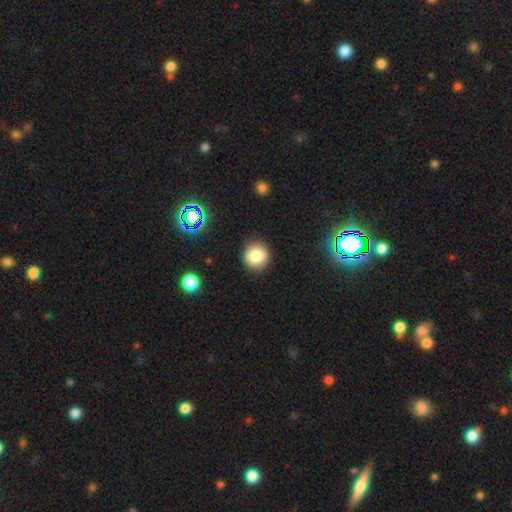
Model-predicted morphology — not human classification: A smooth galaxy with no disk features (82%) that is round (89%).

Vote fractions:
- Smooth or featured? smooth: 82% / star or artifact: 12% / featured or disk: 6%
- How rounded? round: 89% / in between: 10% / cigar-shaped: 1%
- Merging? none: 88% / minor disturbance: 8% / major disturbance: 2% / merger: 1%